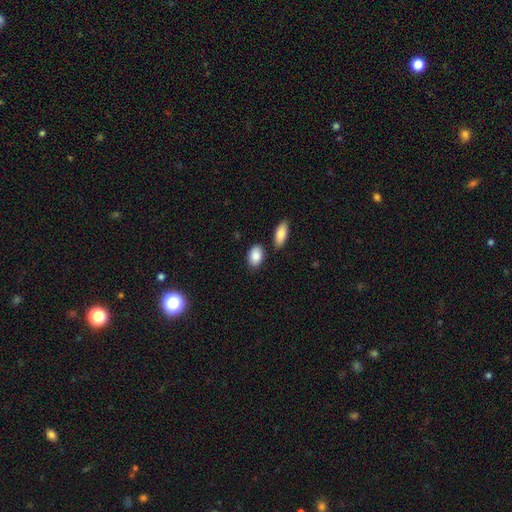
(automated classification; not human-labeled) Q: Smooth or featured?
A: smooth (88%); runner-up: star or artifact (6%)
Q: How rounded?
A: in between (88%); runner-up: round (10%)
Q: Merging?
A: none (78%); runner-up: minor disturbance (12%)